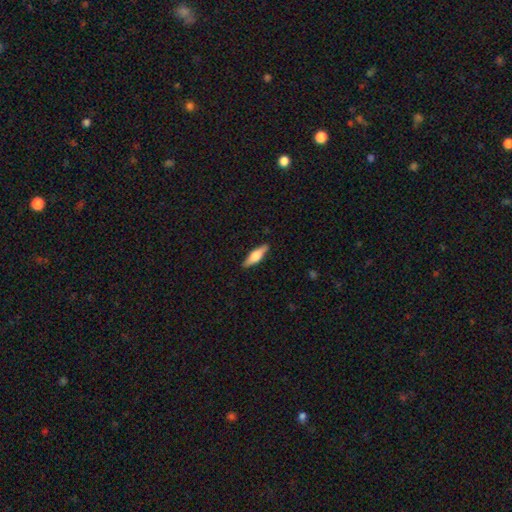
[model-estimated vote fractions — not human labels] smooth_or_featured: featured or disk (p=0.49) [alt: smooth p=0.45]
merging: none (p=0.89) [alt: minor disturbance p=0.08]